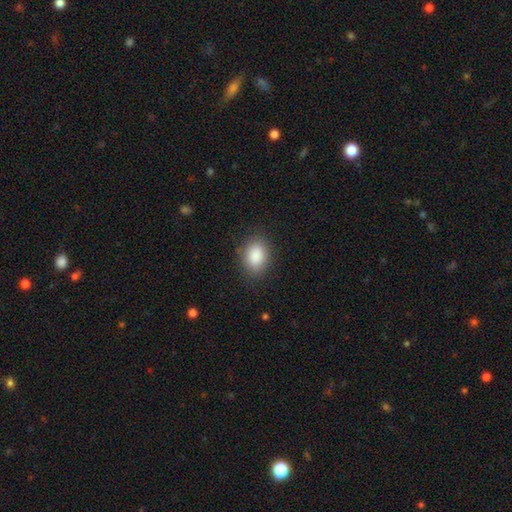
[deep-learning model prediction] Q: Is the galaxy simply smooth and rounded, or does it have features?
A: smooth — 88%.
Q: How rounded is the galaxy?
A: in between — 80%.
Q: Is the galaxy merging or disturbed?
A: none — 85%.